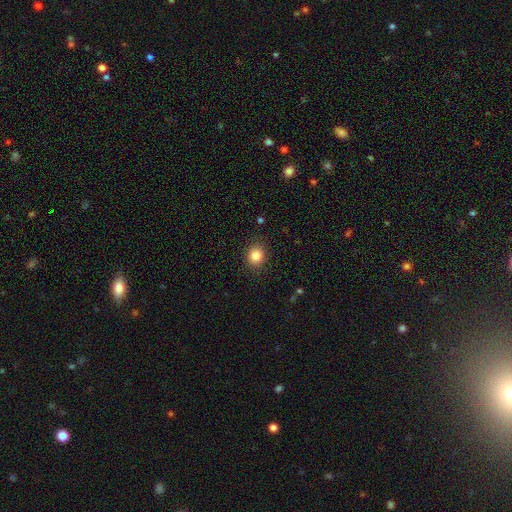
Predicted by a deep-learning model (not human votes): Q: Smooth or featured?
A: smooth (85%); runner-up: star or artifact (10%)
Q: How rounded?
A: round (73%); runner-up: in between (26%)
Q: Merging?
A: none (88%); runner-up: minor disturbance (8%)